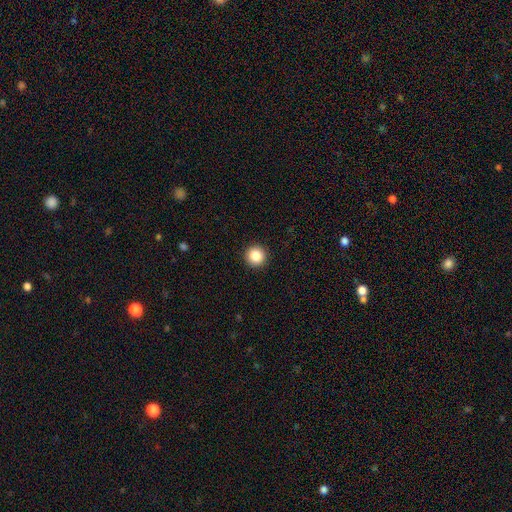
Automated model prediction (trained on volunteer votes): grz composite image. It shows a smooth galaxy with no disk features (85%) that is round (96%). Merging: none (93%).